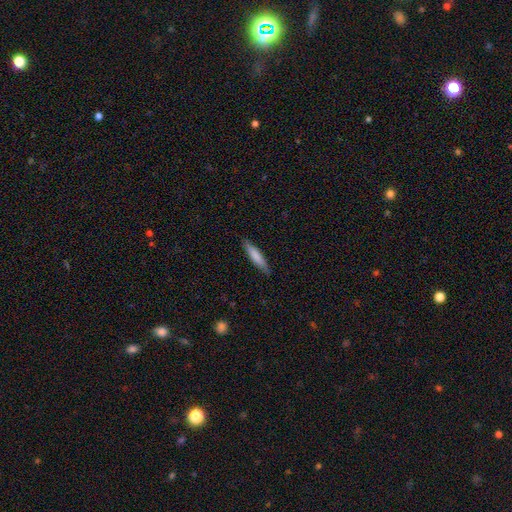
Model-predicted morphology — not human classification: A smooth galaxy with no disk features (76%) that is cigar-shaped (85%).

Vote fractions:
- Smooth or featured? smooth: 76% / featured or disk: 18% / star or artifact: 5%
- How rounded? cigar-shaped: 85% / in between: 14% / round: 1%
- Merging? none: 87% / minor disturbance: 10% / major disturbance: 2% / merger: 1%